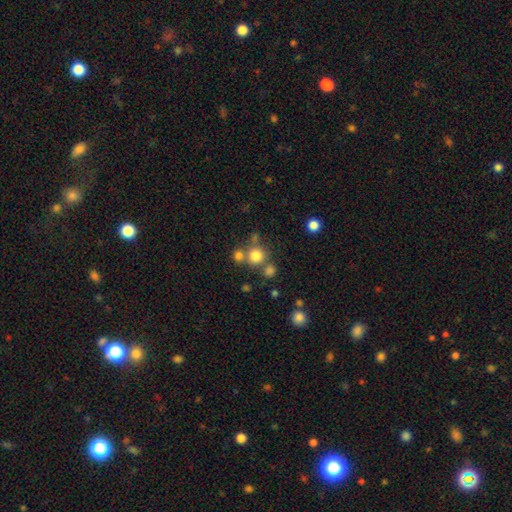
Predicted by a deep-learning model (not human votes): smooth-or-featured: smooth: 77% | star or artifact: 15% | featured or disk: 8%
  how-rounded: round: 92% | in between: 7% | cigar-shaped: 1%
  merging: none: 64% | merger: 23% | minor disturbance: 8% | major disturbance: 4%